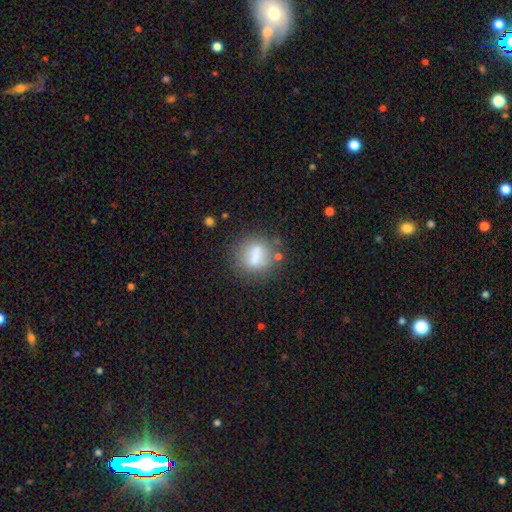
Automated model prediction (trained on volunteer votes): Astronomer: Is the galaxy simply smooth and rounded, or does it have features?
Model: smooth — 62%.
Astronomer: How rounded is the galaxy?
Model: round — 62%.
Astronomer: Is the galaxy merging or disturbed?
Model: none — 63%.